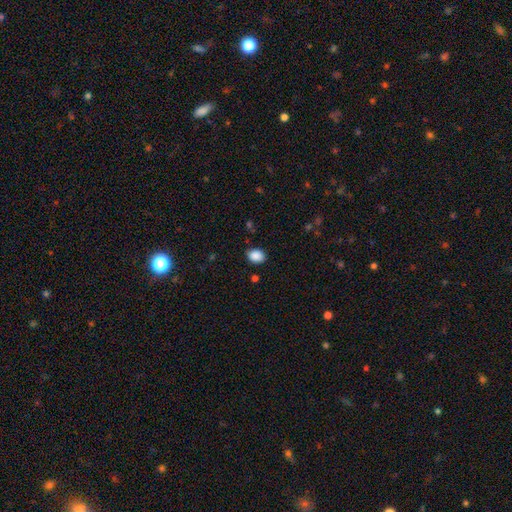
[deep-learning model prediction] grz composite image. It shows a smooth galaxy with no disk features (89%) that is in between round and cigar-shaped (62%). Merging: none (84%).